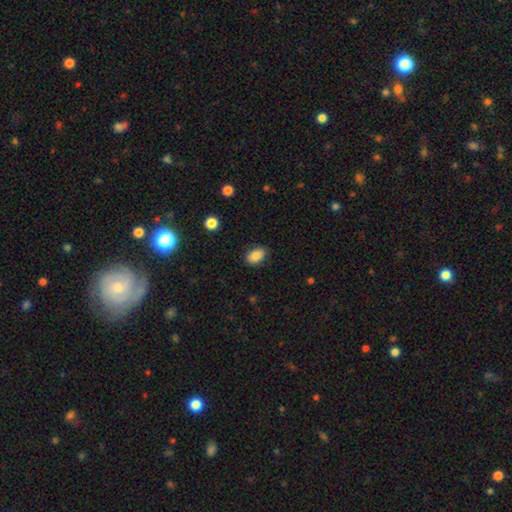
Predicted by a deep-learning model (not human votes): Smooth or featured?
  - smooth: 85% *
  - star or artifact: 9%
  - featured or disk: 6%
How rounded?
  - in between: 87% *
  - round: 11%
  - cigar-shaped: 1%
Merging?
  - none: 86% *
  - minor disturbance: 11%
  - major disturbance: 3%
  - merger: 1%